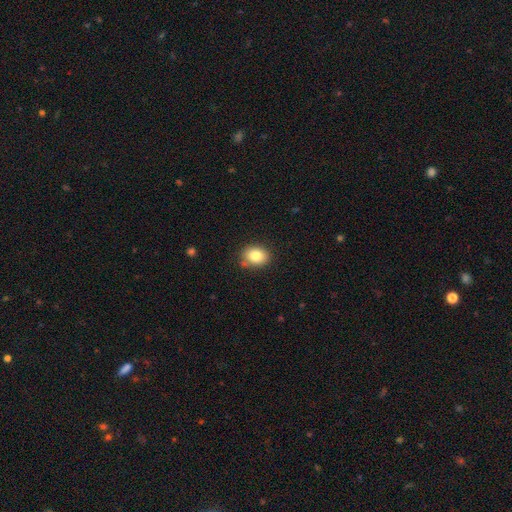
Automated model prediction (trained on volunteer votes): smooth_or_featured: smooth (p=0.82) [alt: star or artifact p=0.09]
how_rounded: in between (p=0.54) [alt: round p=0.45]
merging: none (p=0.81) [alt: minor disturbance p=0.14]